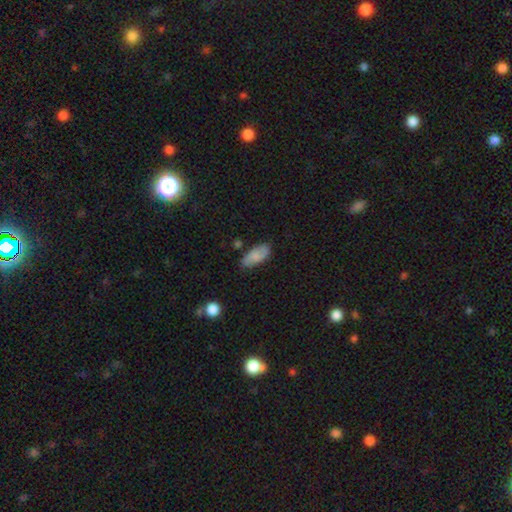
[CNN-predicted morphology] A smooth galaxy with no disk features (74%) that is in between round and cigar-shaped (88%).

Vote fractions:
- Smooth or featured? smooth: 74% / featured or disk: 19% / star or artifact: 7%
- How rounded? in between: 88% / cigar-shaped: 9% / round: 3%
- Merging? none: 71% / minor disturbance: 22% / major disturbance: 4% / merger: 3%